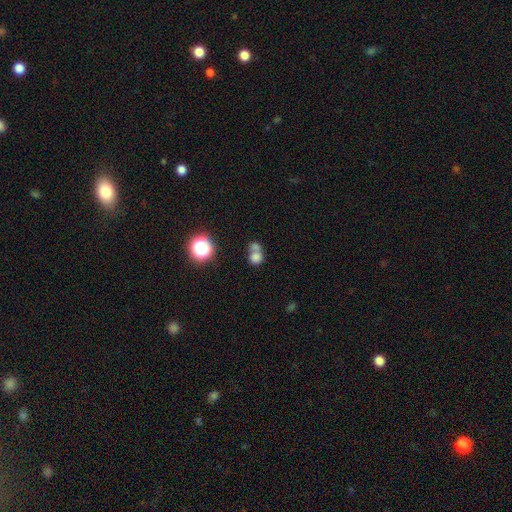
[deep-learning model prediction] Smooth or featured? smooth (71%)
How rounded? round (70%)
Merging? merger (58%)